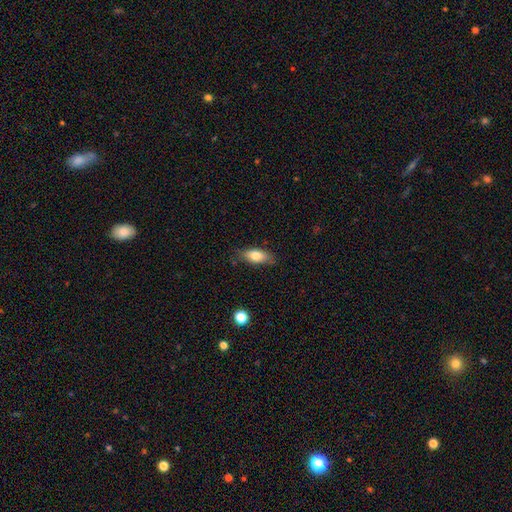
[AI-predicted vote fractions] The model was most divided on "merging": none: 77%, minor disturbance: 18%, major disturbance: 3%, merger: 2%. More confident: how rounded — in between (82%); smooth or featured — smooth (76%).